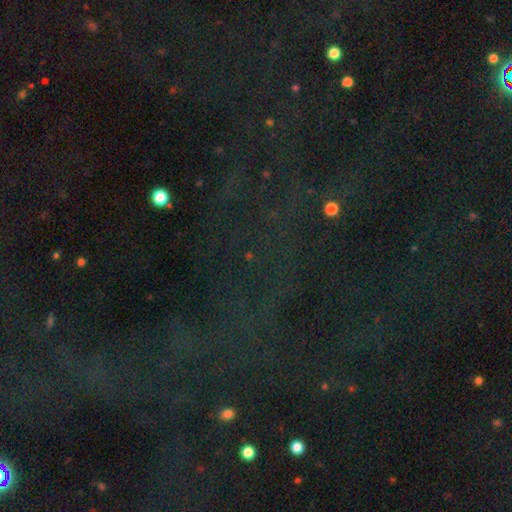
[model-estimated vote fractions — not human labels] Q: Smooth or featured?
A: star or artifact (75%); runner-up: smooth (15%)